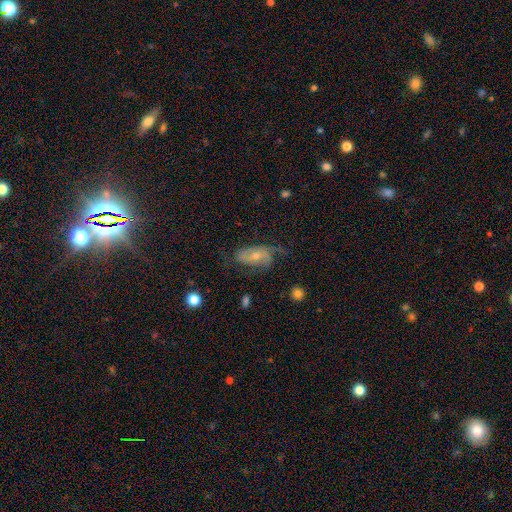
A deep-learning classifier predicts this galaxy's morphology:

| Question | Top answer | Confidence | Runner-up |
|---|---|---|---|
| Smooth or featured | featured or disk | 64% | smooth (27%) |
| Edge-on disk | no | 92% | yes (8%) |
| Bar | no | 68% | weak (25%) |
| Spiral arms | yes | 82% | no (18%) |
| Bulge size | moderate | 49% | small (47%) |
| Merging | none | 49% | minor disturbance (29%) |